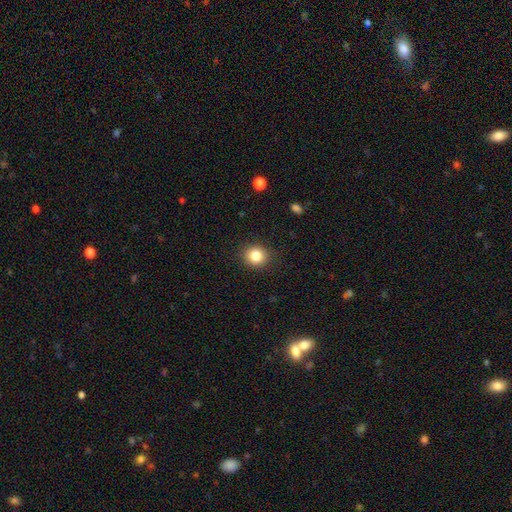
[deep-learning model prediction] Morphology: type=smooth (83%); roundness=round (83%); merging=none (89%).